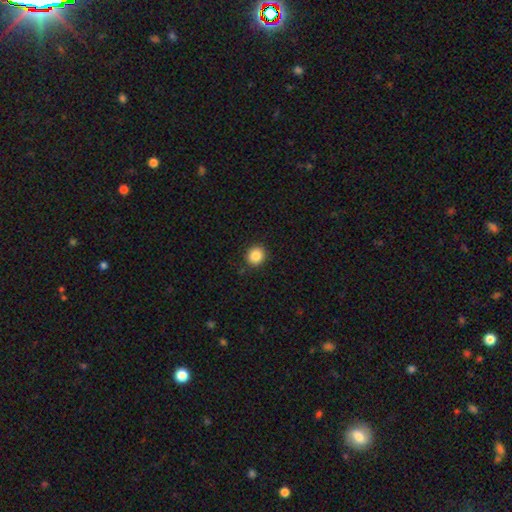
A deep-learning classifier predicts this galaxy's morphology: smooth_or_featured: smooth (p=0.86) [alt: star or artifact p=0.10]
how_rounded: round (p=0.89) [alt: in between p=0.10]
merging: none (p=0.90) [alt: minor disturbance p=0.07]